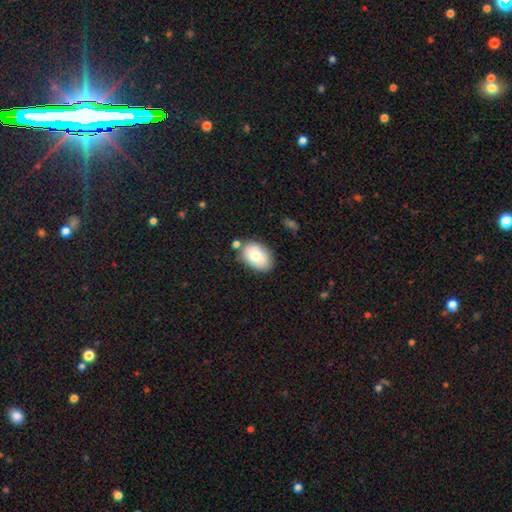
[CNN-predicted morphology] A smooth galaxy with no disk features (79%) that is in between round and cigar-shaped (88%). Merging: none (70%).